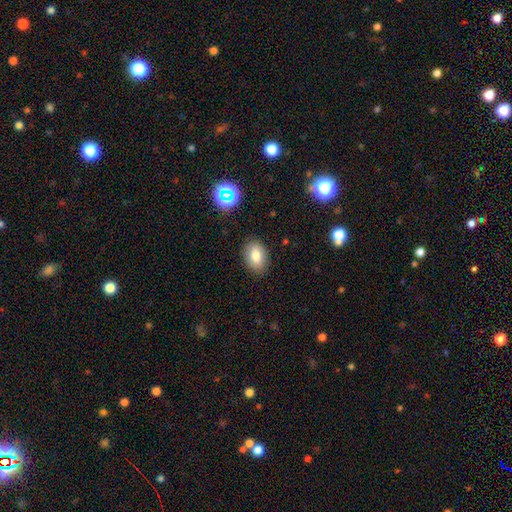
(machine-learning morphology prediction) smooth 80%, star or artifact 10%, featured or disk 10%. Down the decision tree: how rounded — in between (84%); merging — none (86%).